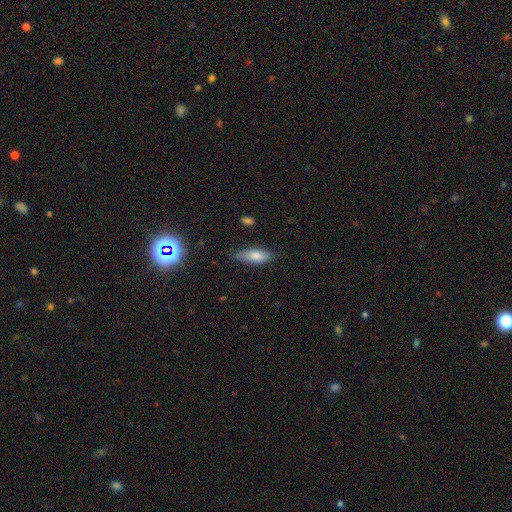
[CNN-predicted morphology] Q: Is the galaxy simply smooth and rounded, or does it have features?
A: smooth — 71%.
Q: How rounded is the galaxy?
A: in between — 61%.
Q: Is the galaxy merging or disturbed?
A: none — 77%.